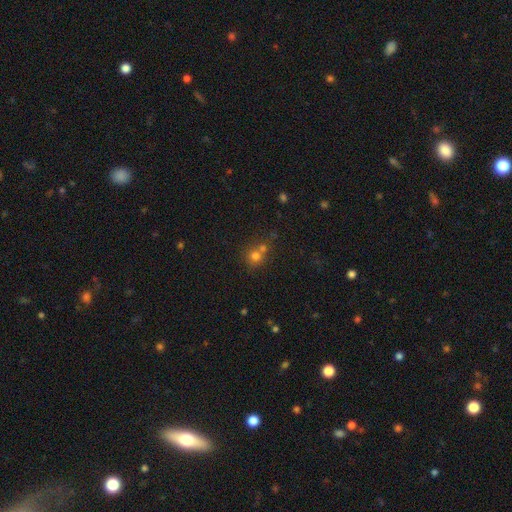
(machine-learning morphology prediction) Smooth or featured? Predicted: smooth (p=0.71). How rounded? Predicted: round (p=0.86). Merging? Predicted: none (p=0.48).